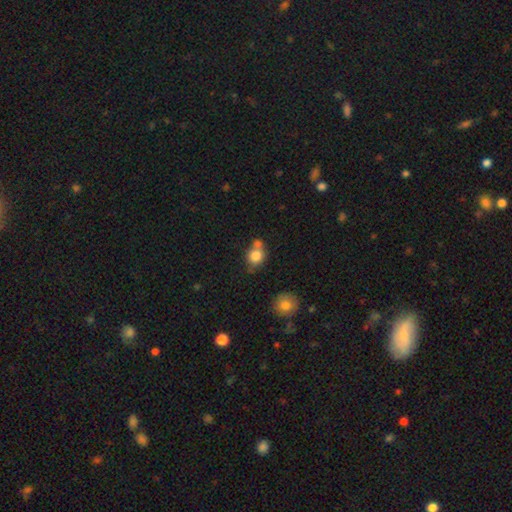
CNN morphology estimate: A smooth galaxy with no disk features (81%) that is round (73%).

Vote fractions:
- Smooth or featured? smooth: 81% / star or artifact: 10% / featured or disk: 9%
- How rounded? round: 73% / in between: 26% / cigar-shaped: 1%
- Merging? none: 51% / merger: 33% / minor disturbance: 12% / major disturbance: 4%